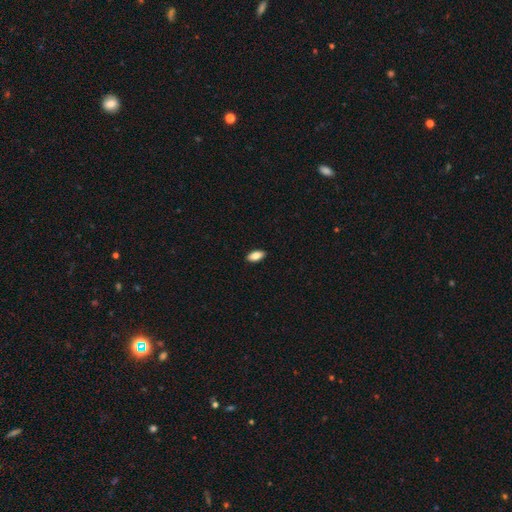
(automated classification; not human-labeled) smooth_or_featured: smooth (p=0.85) [alt: featured or disk p=0.08]
how_rounded: in between (p=0.91) [alt: cigar-shaped p=0.07]
merging: none (p=0.90) [alt: minor disturbance p=0.08]